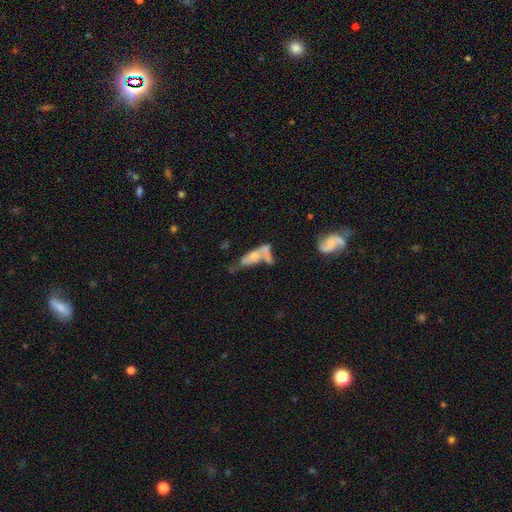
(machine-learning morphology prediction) The model was most divided on "smooth or featured": featured or disk: 47%, smooth: 43%, star or artifact: 10%. Remaining: merging — merger (42%).